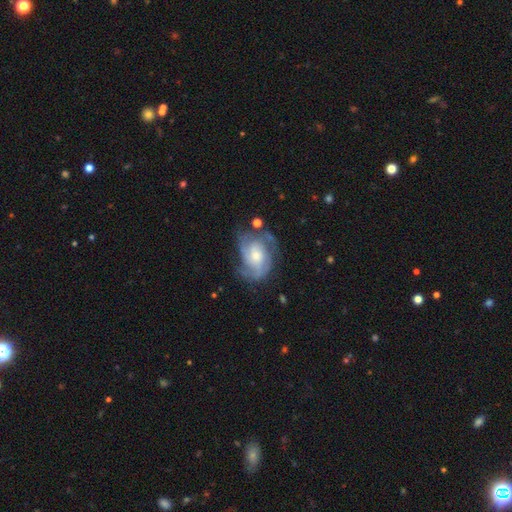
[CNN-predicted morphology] Overall: featured or disk (78%). Edge-on disk: no (97%). Bar: no (68%). Spiral arms: yes (91%). Spiral arm count: 3 (30%; can't tell 27%). Spiral winding: medium (44%; tight 39%). Bulge size: moderate (52%; small 32%). Merging: none (55%; minor disturbance 24%).